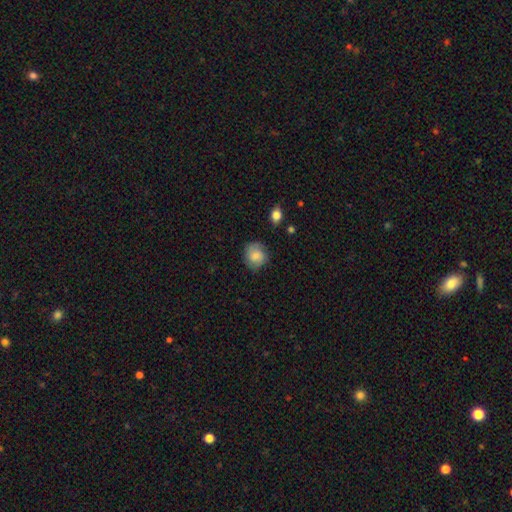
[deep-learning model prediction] The model was most divided on "smooth or featured": smooth: 70%, featured or disk: 22%, star or artifact: 8%. More confident: how rounded — round (79%); merging — none (77%).